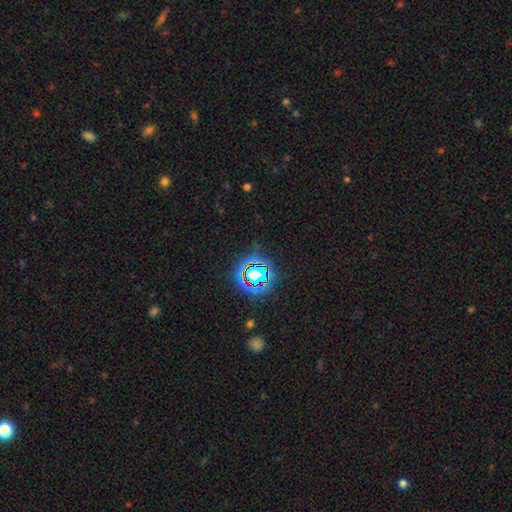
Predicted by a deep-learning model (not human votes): smooth-or-featured: star or artifact: 78% | smooth: 14% | featured or disk: 8%